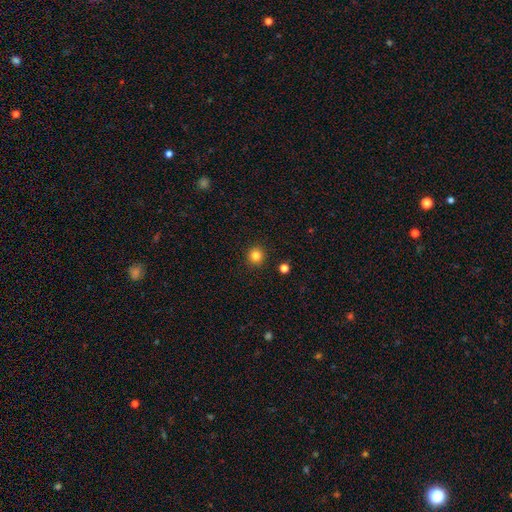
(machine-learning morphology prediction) smooth_or_featured: smooth (p=0.82) [alt: star or artifact p=0.12]
how_rounded: round (p=0.93) [alt: in between p=0.06]
merging: none (p=0.92) [alt: minor disturbance p=0.05]